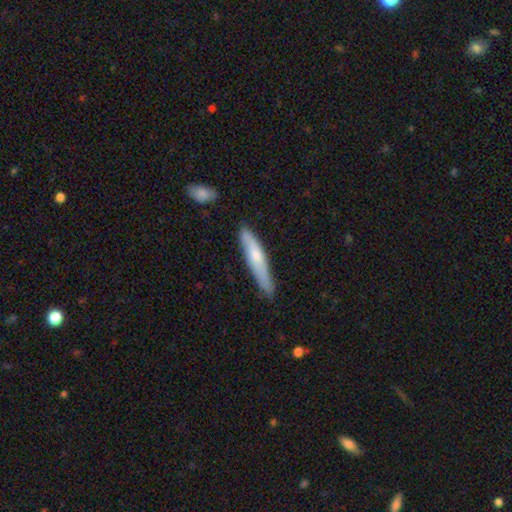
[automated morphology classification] Smooth or featured? Predicted: smooth (p=0.61). How rounded? Predicted: cigar-shaped (p=0.89). Merging? Predicted: none (p=0.72).